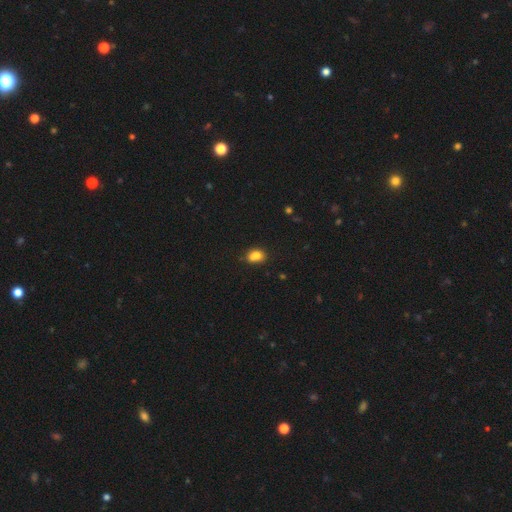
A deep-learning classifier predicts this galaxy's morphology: Overall: smooth (80%). How rounded: in between (67%; round 31%). Merging: none (53%; minor disturbance 22%).